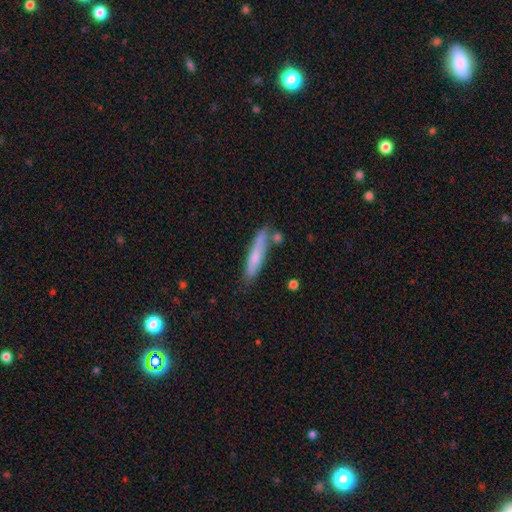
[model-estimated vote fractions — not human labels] Morphology: type=smooth (65%); roundness=cigar-shaped (89%); merging=none (69%).